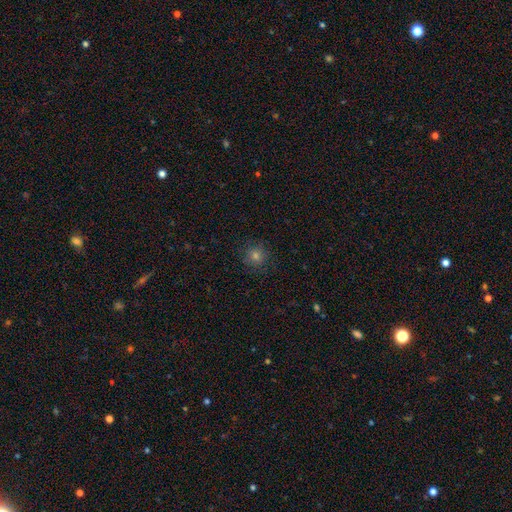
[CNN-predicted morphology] Smooth or featured? smooth (66%)
How rounded? round (93%)
Merging? none (87%)